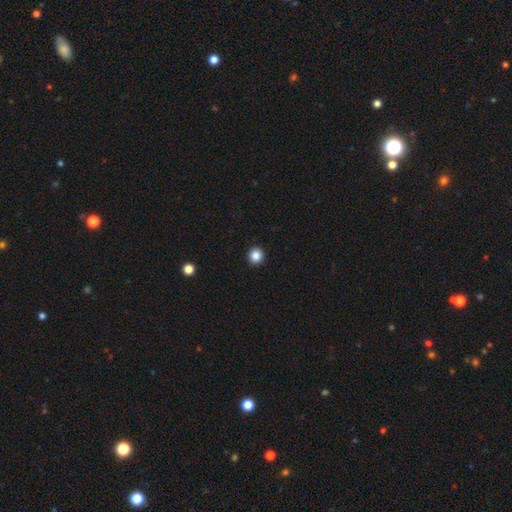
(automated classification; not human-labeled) A smooth galaxy with no disk features (86%) that is round (94%).

Vote fractions:
- Smooth or featured? smooth: 86% / star or artifact: 11% / featured or disk: 4%
- How rounded? round: 94% / in between: 5% / cigar-shaped: 1%
- Merging? none: 94% / minor disturbance: 4% / major disturbance: 1% / merger: 1%